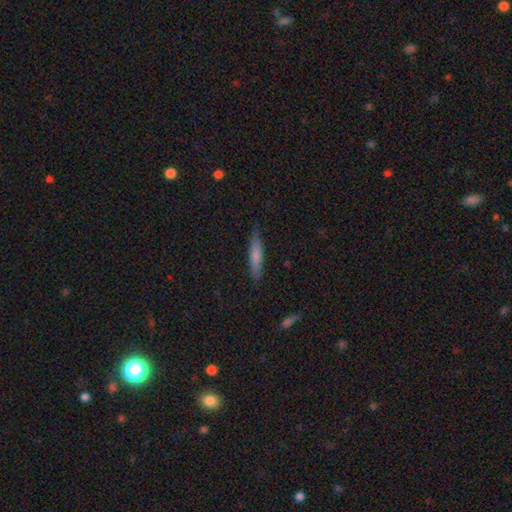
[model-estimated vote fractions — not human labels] Q: Smooth or featured?
A: smooth (71%); runner-up: featured or disk (23%)
Q: How rounded?
A: cigar-shaped (85%); runner-up: in between (13%)
Q: Merging?
A: none (83%); runner-up: minor disturbance (13%)